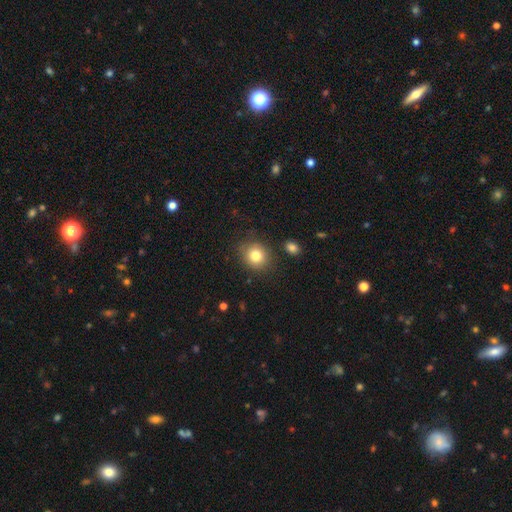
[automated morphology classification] type=smooth (81%); roundness=round (79%); merging=none (83%).